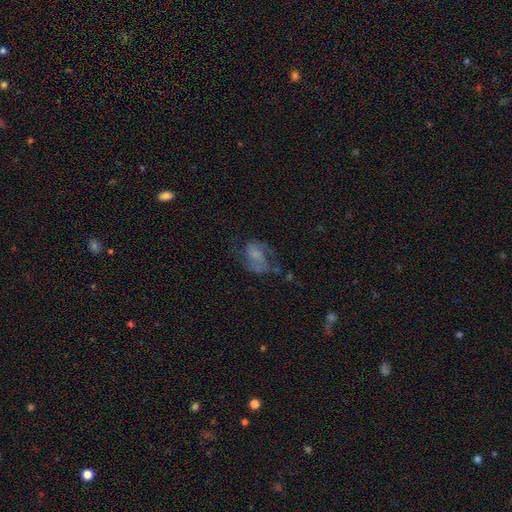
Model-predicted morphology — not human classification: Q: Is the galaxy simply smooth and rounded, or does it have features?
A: featured or disk — 54%.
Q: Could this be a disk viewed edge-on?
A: no — 97%.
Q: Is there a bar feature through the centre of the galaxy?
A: no — 60%.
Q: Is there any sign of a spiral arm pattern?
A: yes — 72%.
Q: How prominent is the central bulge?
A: none — 36%.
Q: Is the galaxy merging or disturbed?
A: none — 44%.